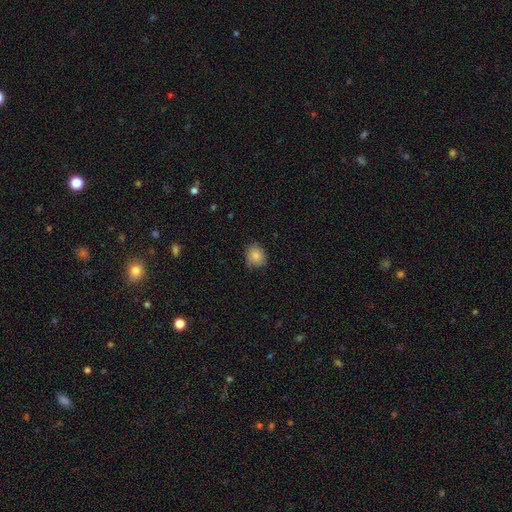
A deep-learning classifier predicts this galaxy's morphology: Smooth or featured? smooth (85%)
How rounded? round (69%)
Merging? none (75%)